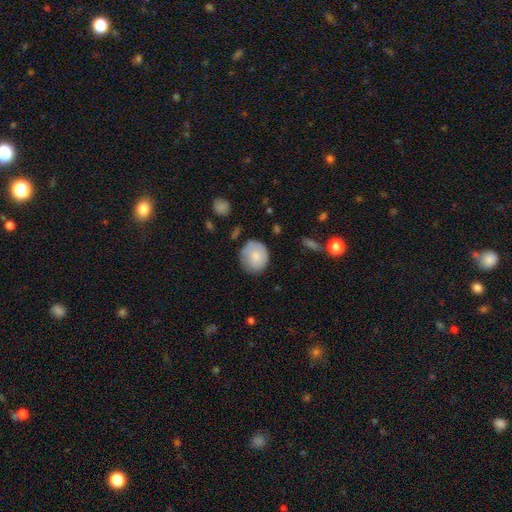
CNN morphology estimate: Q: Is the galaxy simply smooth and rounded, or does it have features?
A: smooth — 80%.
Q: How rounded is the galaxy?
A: round — 79%.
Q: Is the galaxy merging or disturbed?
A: none — 72%.